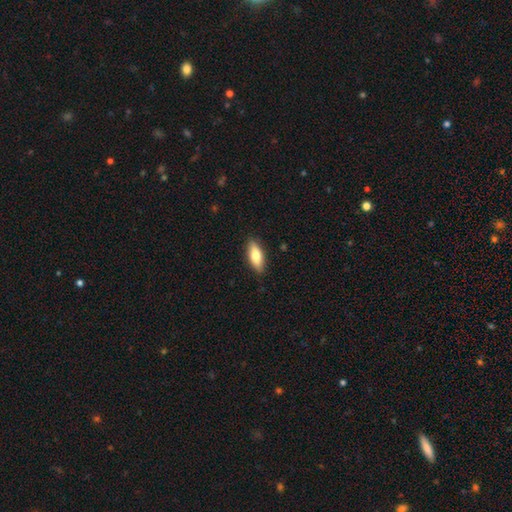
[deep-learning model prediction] A smooth galaxy with no disk features (76%) that is in between round and cigar-shaped (75%). Merging: none (87%).